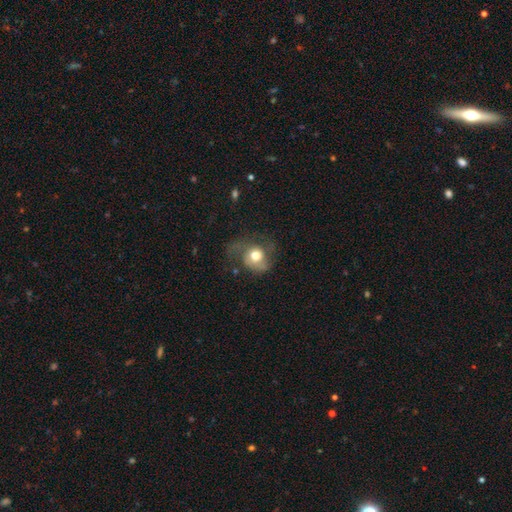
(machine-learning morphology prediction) Smooth or featured? Predicted: smooth (p=0.53). How rounded? Predicted: round (p=0.70). Merging? Predicted: none (p=0.39).